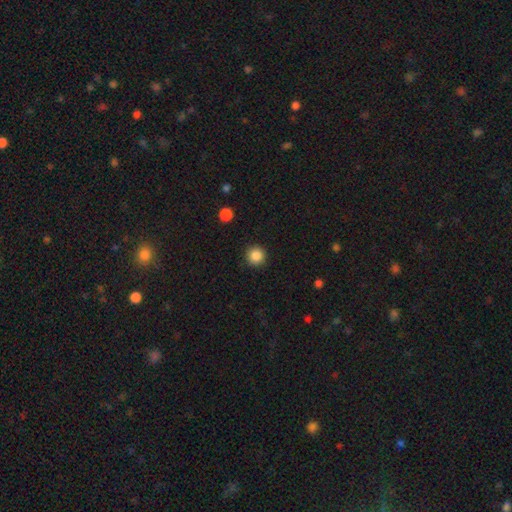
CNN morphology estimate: Smooth or featured? Predicted: smooth (p=0.86). How rounded? Predicted: round (p=0.95). Merging? Predicted: none (p=0.92).